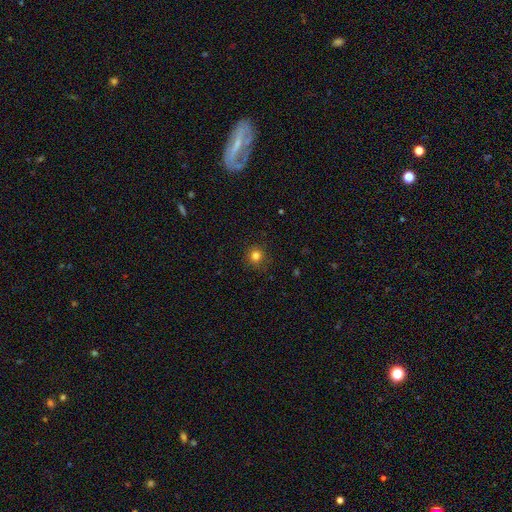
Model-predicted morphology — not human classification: This appears to be a smooth galaxy with no disk features (81%) that is round (92%). Merging: none (88%).